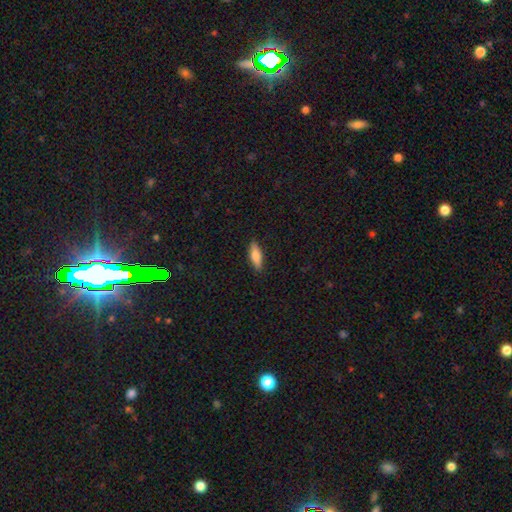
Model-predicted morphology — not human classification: The model was most divided on "how rounded": in between: 52%, cigar-shaped: 46%, round: 2%. More confident: merging — none (88%); smooth or featured — smooth (78%).